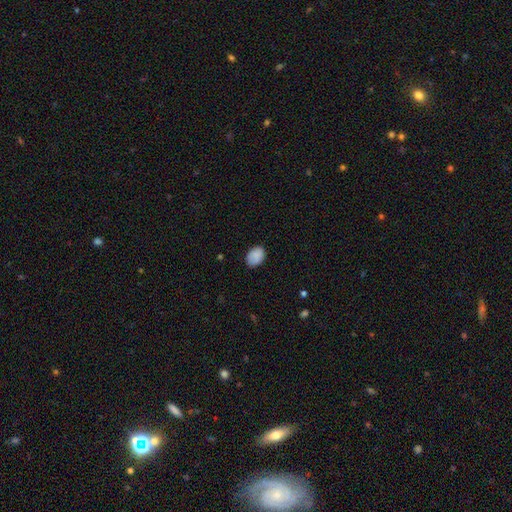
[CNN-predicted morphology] This is clearly a smooth galaxy (86%). How rounded: clearly in between (80%). Merging: clearly none (81%).